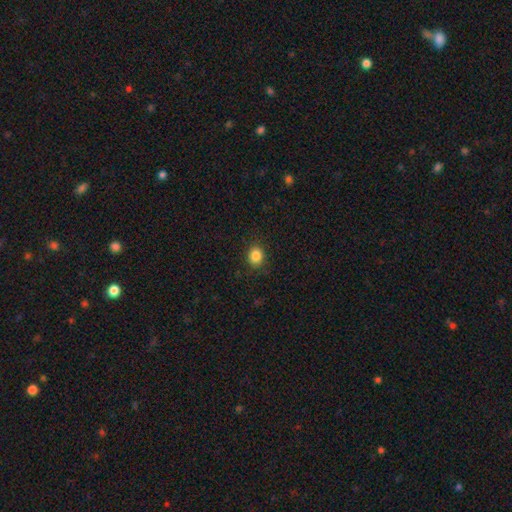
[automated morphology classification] Smooth or featured? Predicted: smooth (p=0.85). How rounded? Predicted: round (p=0.66). Merging? Predicted: none (p=0.87).